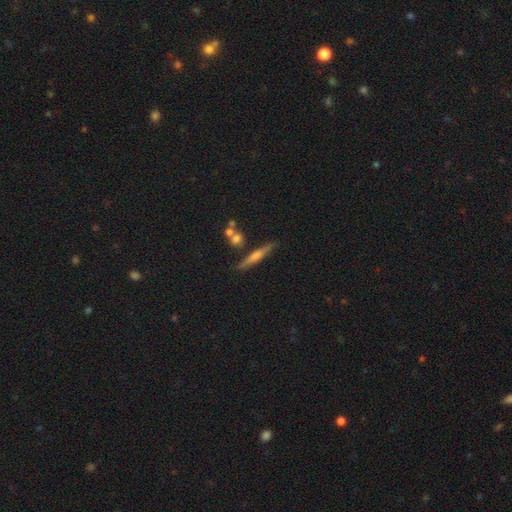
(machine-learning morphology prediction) This is possibly a featured or disk galaxy (54%). It is clearly viewed edge-on (95%). Edge-on bulge: likely rounded (63%). Merging: clearly none (82%).